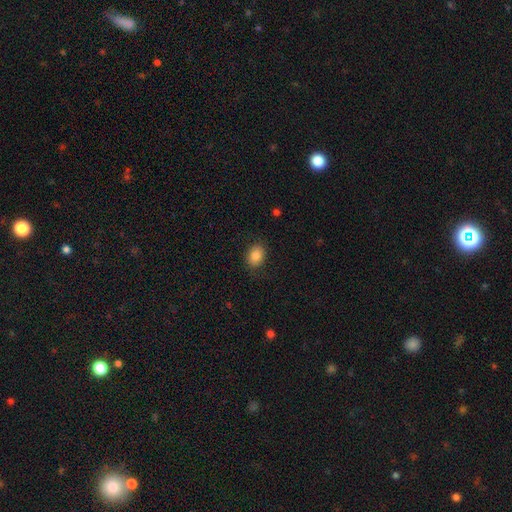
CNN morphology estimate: smooth_or_featured: smooth (p=0.84) [alt: star or artifact p=0.09]
how_rounded: in between (p=0.63) [alt: round p=0.36]
merging: none (p=0.83) [alt: minor disturbance p=0.12]